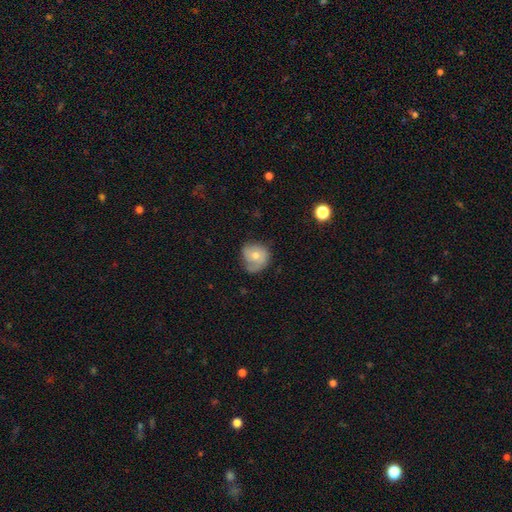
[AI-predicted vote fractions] Smooth or featured? Predicted: smooth (p=0.58). How rounded? Predicted: round (p=0.76). Merging? Predicted: none (p=0.49).